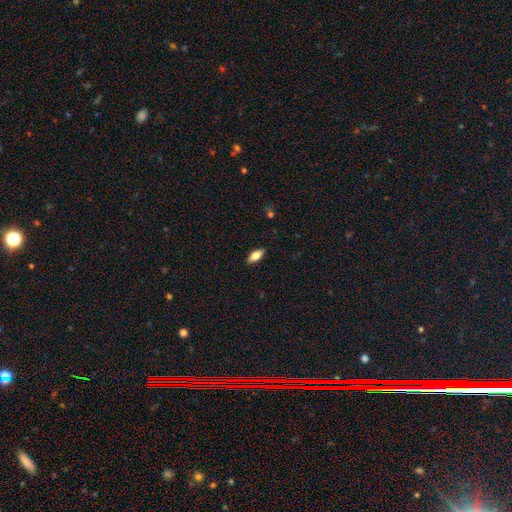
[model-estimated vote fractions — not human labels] Q: Smooth or featured?
A: smooth (70%); runner-up: featured or disk (22%)
Q: How rounded?
A: in between (81%); runner-up: cigar-shaped (16%)
Q: Merging?
A: none (88%); runner-up: minor disturbance (9%)